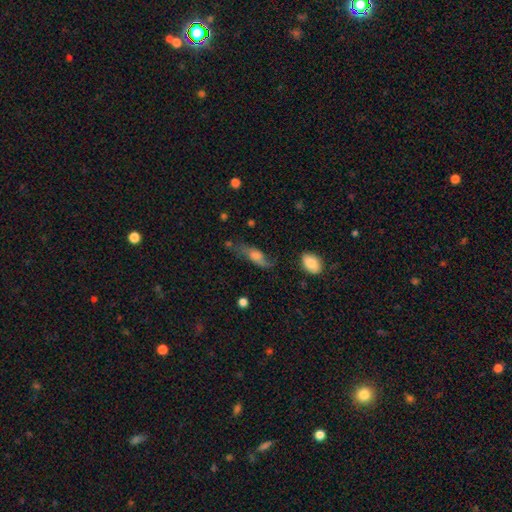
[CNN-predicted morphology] This appears to be a featured or disk galaxy (45%). Merging: none (53%).